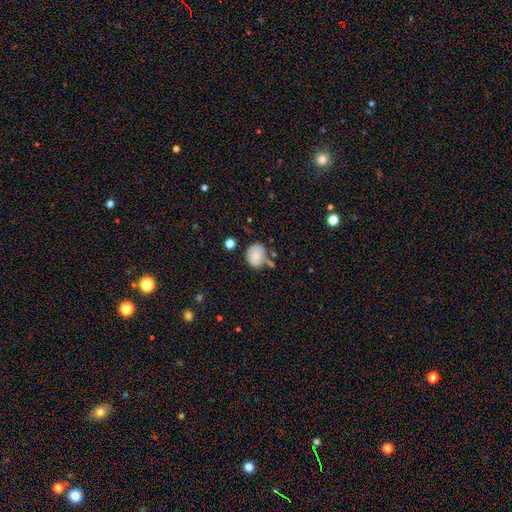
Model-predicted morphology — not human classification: The model was most divided on "merging": none: 48%, minor disturbance: 28%, merger: 15%, major disturbance: 9%. More confident: smooth or featured — smooth (75%); how rounded — round (62%).